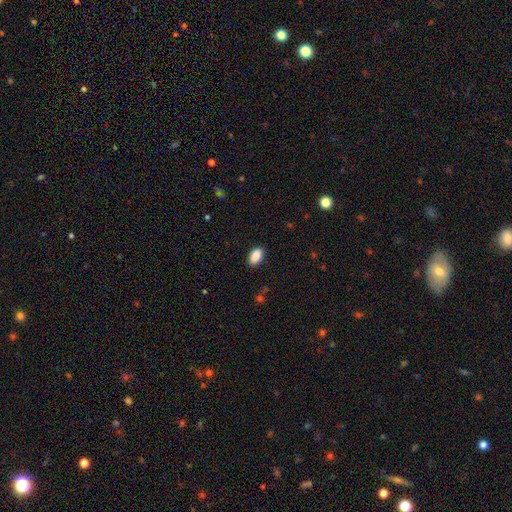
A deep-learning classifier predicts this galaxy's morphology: This is clearly a smooth galaxy (90%). How rounded: clearly in between (93%). Merging: clearly none (88%).